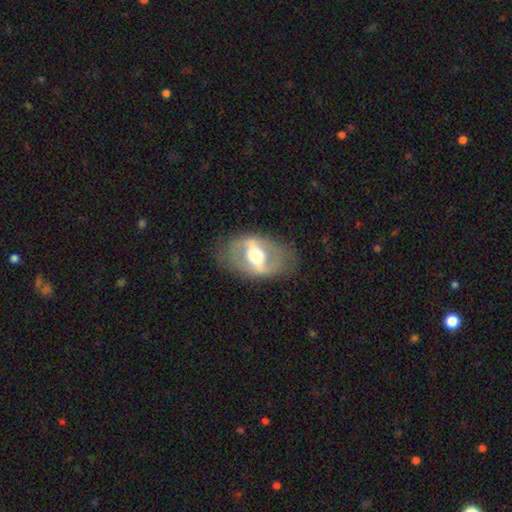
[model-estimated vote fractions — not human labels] Smooth or featured: featured or disk — 71% (smooth — 23%)
Edge-on disk: no — 88% (yes — 12%)
Bar: strong — 58% (weak — 25%)
Spiral arms: no — 68% (yes — 32%)
Bulge size: moderate — 59% (large — 31%)
Merging: none — 74% (minor disturbance — 15%)